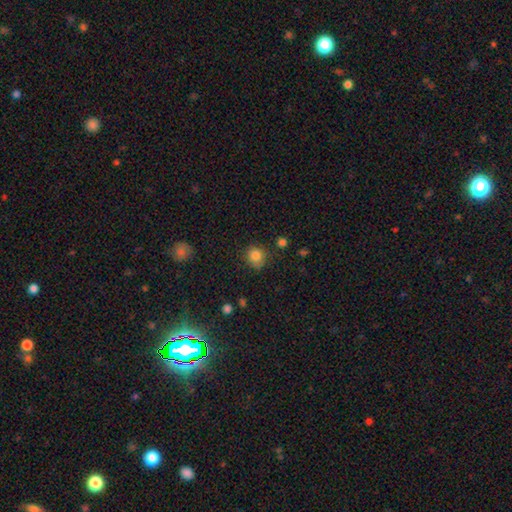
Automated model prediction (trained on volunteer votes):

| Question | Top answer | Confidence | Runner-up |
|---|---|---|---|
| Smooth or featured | smooth | 83% | star or artifact (11%) |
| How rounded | round | 84% | in between (15%) |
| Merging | none | 76% | minor disturbance (18%) |